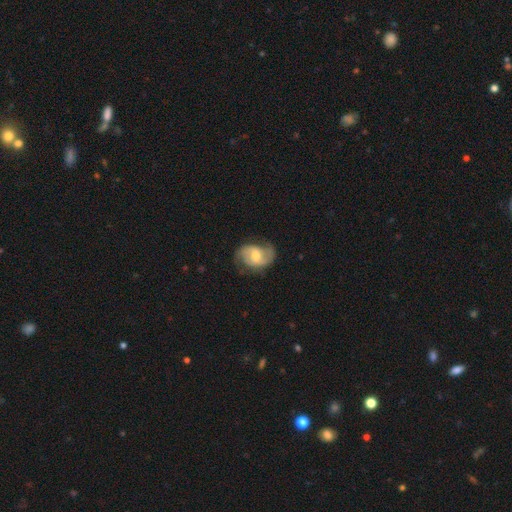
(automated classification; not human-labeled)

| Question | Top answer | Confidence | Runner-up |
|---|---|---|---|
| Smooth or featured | featured or disk | 76% | smooth (18%) |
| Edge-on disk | no | 97% | yes (3%) |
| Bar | weak | 47% | no (41%) |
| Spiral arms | yes | 93% | no (7%) |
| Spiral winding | medium | 49% | loose (32%) |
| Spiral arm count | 2 | 87% | can't tell (6%) |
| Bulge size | moderate | 59% | small (30%) |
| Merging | none | 70% | minor disturbance (20%) |